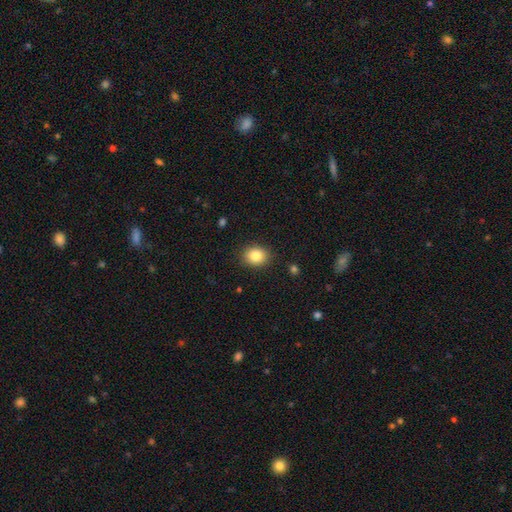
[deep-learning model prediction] Morphology: type=smooth (85%); roundness=round (53%); merging=none (88%).